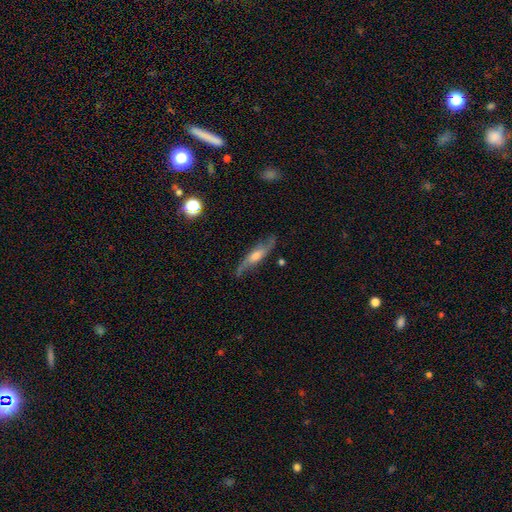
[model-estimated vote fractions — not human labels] Q: Smooth or featured?
A: featured or disk (72%); runner-up: smooth (21%)
Q: Edge-on disk?
A: no (55%); runner-up: yes (45%)
Q: Merging?
A: none (74%); runner-up: minor disturbance (18%)